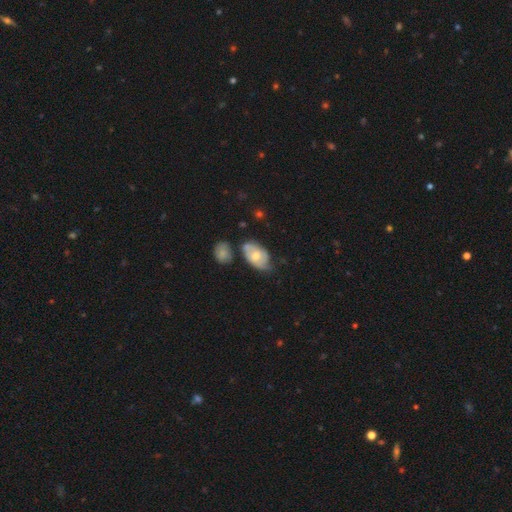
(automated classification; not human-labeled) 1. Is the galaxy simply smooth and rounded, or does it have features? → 49% smooth, 45% featured or disk, 6% star or artifact.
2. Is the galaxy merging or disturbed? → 47% none, 32% minor disturbance, 11% merger, 10% major disturbance.